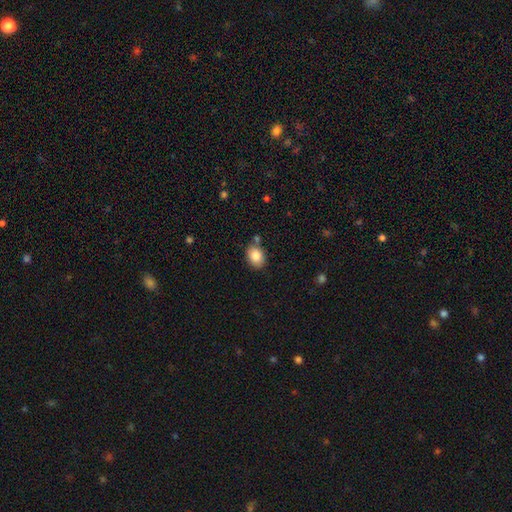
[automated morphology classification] Overall: smooth (83%). How rounded: in between (65%; round 34%). Merging: none (76%).